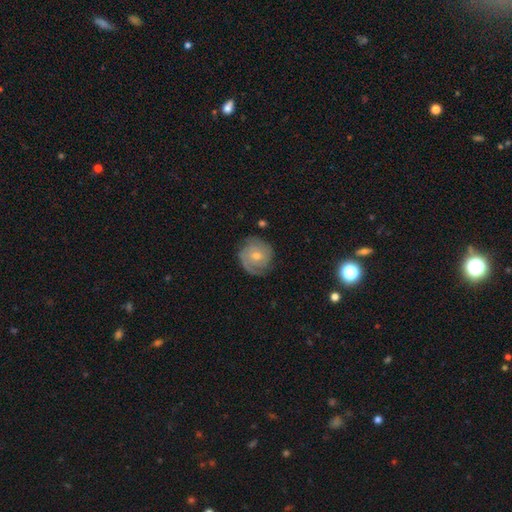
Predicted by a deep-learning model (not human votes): featured or disk 68%, smooth 26%, star or artifact 6%. Down the decision tree: edge-on disk — no (97%); bar — no (70%); spiral arms — yes (88%); spiral arm count — 2 (45%); spiral winding — tight (61%); bulge size — moderate (53%); merging — none (74%).